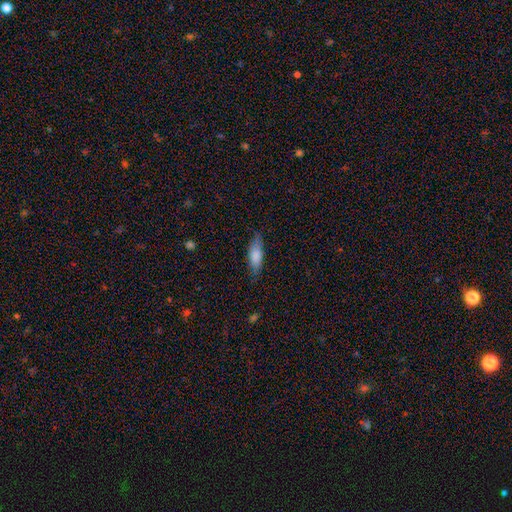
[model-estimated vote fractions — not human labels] A smooth galaxy with no disk features (79%) that is in between round and cigar-shaped (64%).

Vote fractions:
- Smooth or featured? smooth: 79% / featured or disk: 14% / star or artifact: 6%
- How rounded? in between: 64% / cigar-shaped: 34% / round: 2%
- Merging? none: 75% / minor disturbance: 20% / major disturbance: 4% / merger: 1%